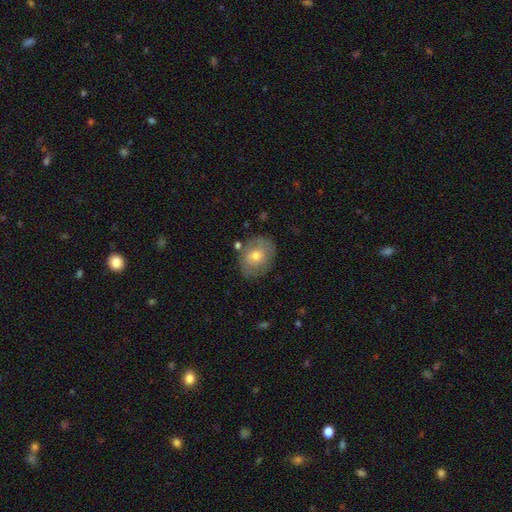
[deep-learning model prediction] Overall: smooth (56%; featured or disk 36%). How rounded: round (50%; in between 49%). Merging: none (73%).